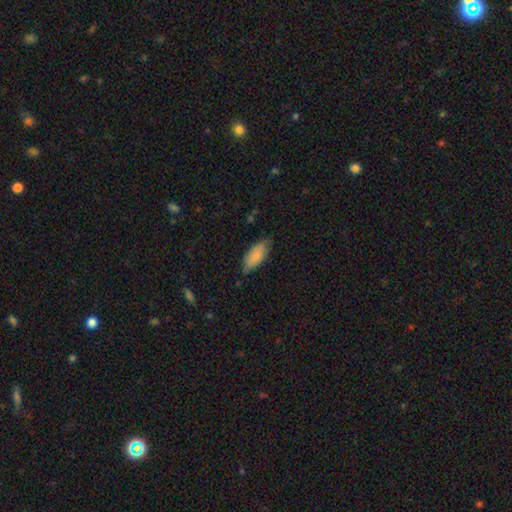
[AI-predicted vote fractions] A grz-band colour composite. It shows a smooth galaxy with no disk features (84%) that is in between round and cigar-shaped (83%). Merging: none (71%).